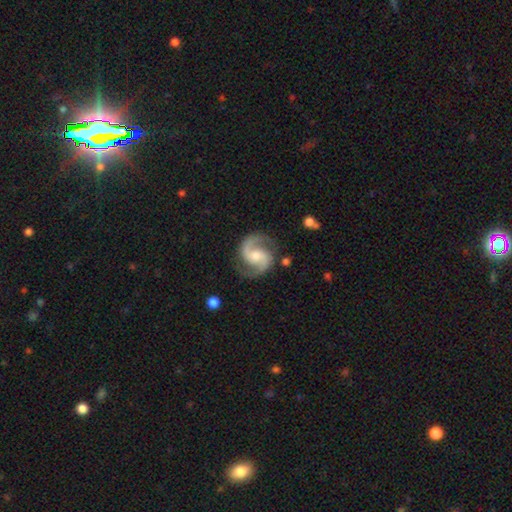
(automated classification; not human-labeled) Smooth or featured? featured or disk (91%)
Edge-on disk? no (98%)
Bar? no (51%)
Spiral arms? yes (98%)
Spiral winding? medium (62%)
Spiral arm count? 2 (94%)
Bulge size? moderate (51%)
Merging? none (81%)